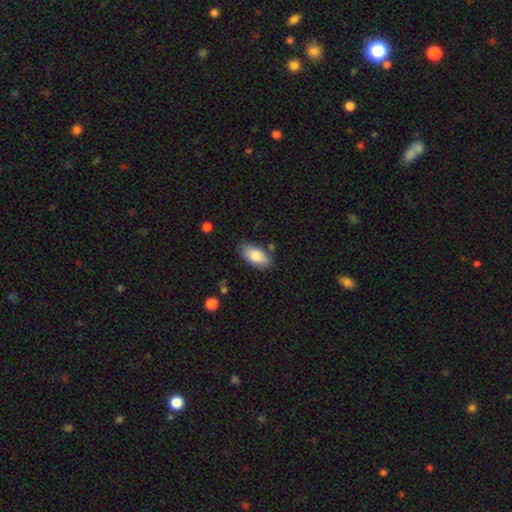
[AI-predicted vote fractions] A smooth galaxy with no disk features (82%) that is in between round and cigar-shaped (92%). Merging: none (81%).